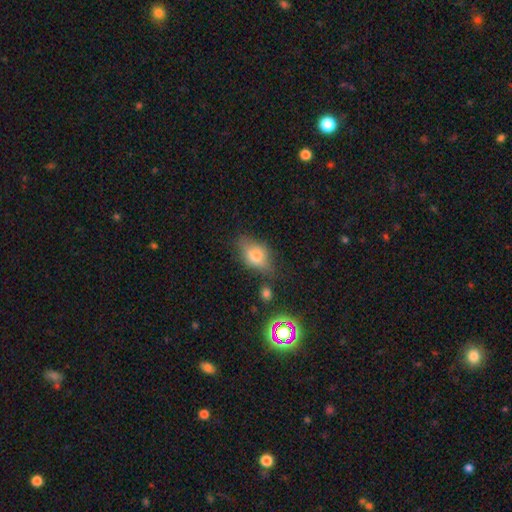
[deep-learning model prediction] Morphology: type=smooth (66%); roundness=in between (81%); merging=none (62%).